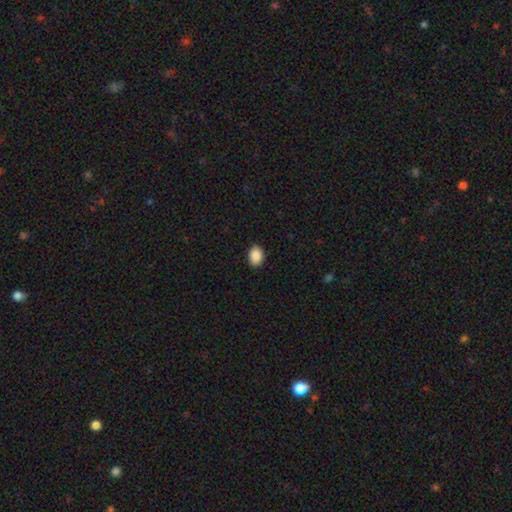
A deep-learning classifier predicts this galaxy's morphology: smooth_or_featured: smooth (p=0.90) [alt: star or artifact p=0.08]
how_rounded: in between (p=0.76) [alt: round p=0.23]
merging: none (p=0.89) [alt: minor disturbance p=0.08]